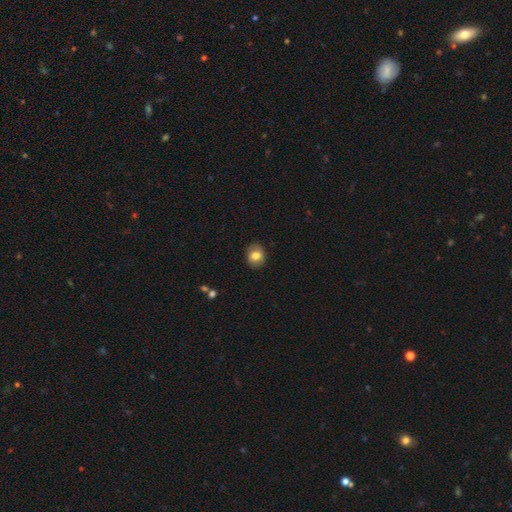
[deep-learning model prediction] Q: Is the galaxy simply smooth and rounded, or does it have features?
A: smooth — 78%.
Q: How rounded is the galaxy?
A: round — 62%.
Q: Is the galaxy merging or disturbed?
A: none — 87%.